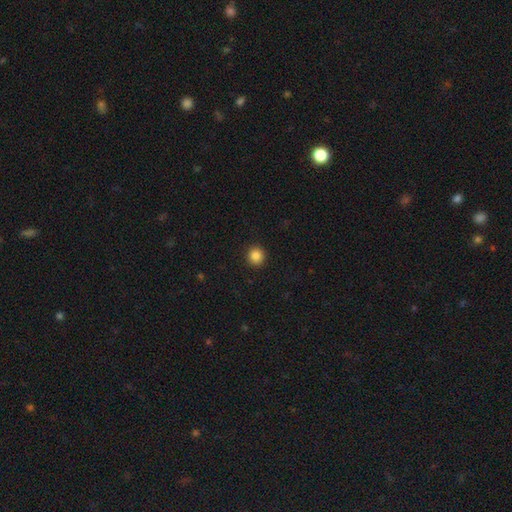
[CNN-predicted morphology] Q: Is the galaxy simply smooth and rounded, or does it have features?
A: smooth — 86%.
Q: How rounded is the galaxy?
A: round — 93%.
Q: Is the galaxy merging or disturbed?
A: none — 93%.